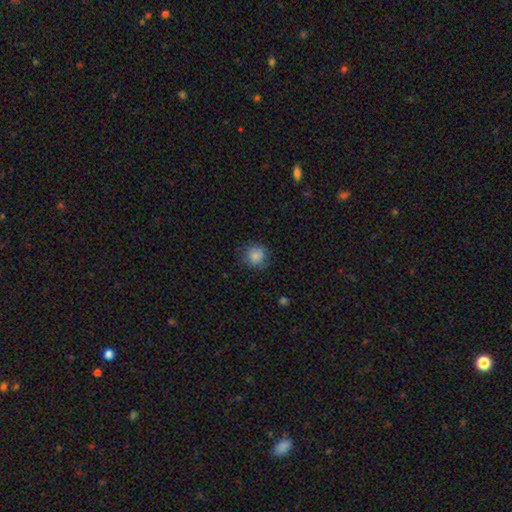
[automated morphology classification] Overall: smooth (82%). How rounded: round (88%). Merging: none (76%).